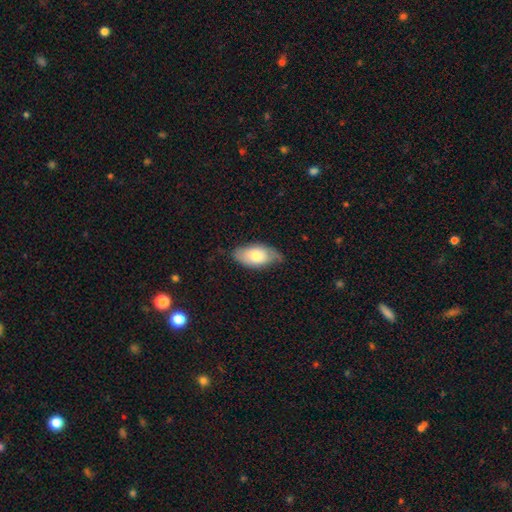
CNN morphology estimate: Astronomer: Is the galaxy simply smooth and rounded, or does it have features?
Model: smooth — 71%.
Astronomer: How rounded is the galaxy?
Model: in between — 93%.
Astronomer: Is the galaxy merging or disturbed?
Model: none — 62%.